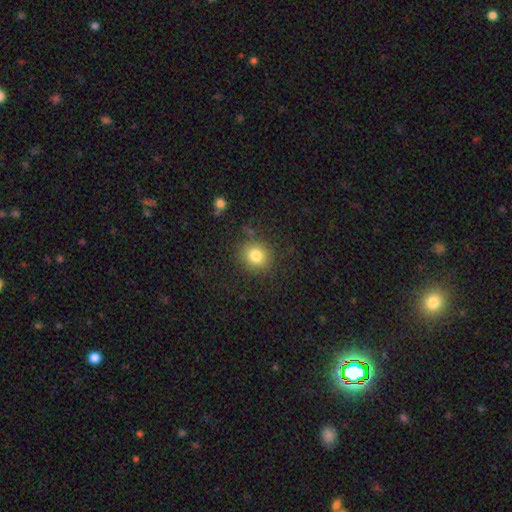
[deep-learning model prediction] Smooth or featured? smooth (81%)
How rounded? round (84%)
Merging? none (85%)